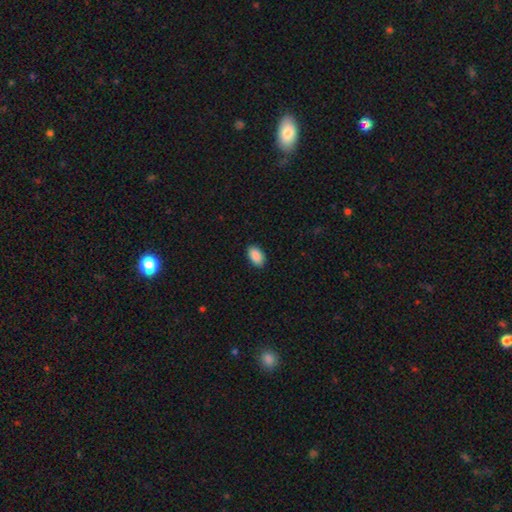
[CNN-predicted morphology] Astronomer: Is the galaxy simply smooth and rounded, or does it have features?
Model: smooth — 91%.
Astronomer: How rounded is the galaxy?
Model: in between — 94%.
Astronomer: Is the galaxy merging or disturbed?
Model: none — 89%.